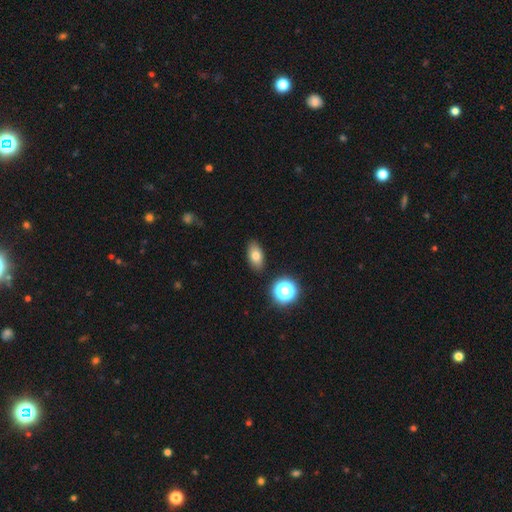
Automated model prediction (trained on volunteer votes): Morphology: type=smooth (75%); roundness=in between (86%); merging=none (87%).